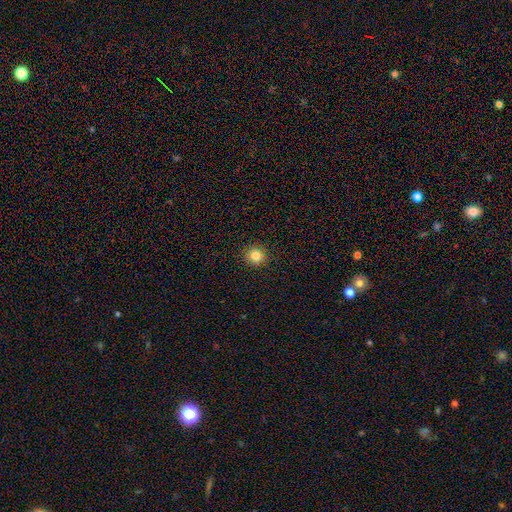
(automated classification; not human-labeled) Smooth or featured: smooth — 83% (star or artifact — 12%)
How rounded: round — 93% (in between — 6%)
Merging: none — 92% (minor disturbance — 5%)